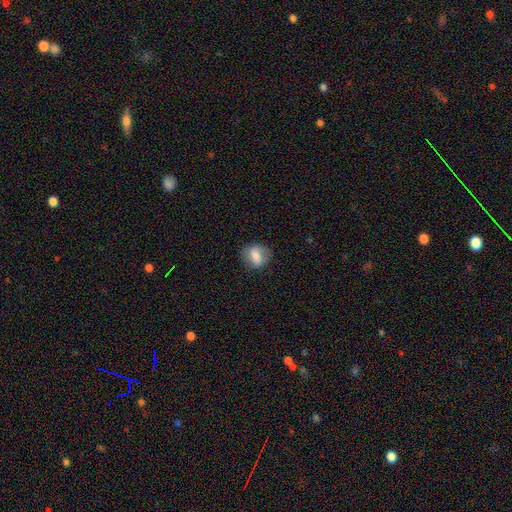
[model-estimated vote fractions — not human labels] This appears to be a smooth galaxy with no disk features (66%) that is round (53%). Merging: none (78%).